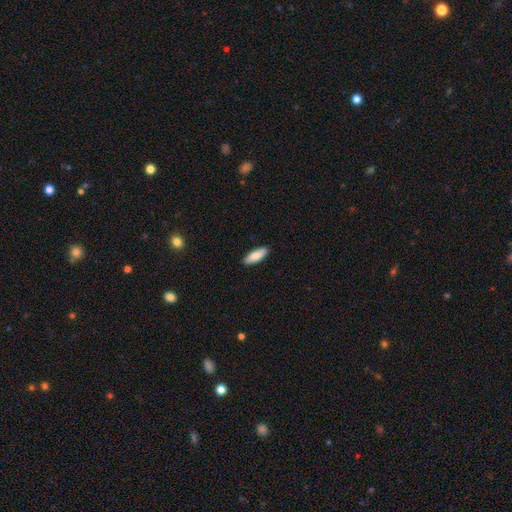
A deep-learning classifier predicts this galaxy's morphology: Smooth or featured: smooth — 85% (featured or disk — 9%)
How rounded: in between — 65% (cigar-shaped — 33%)
Merging: none — 89% (minor disturbance — 8%)